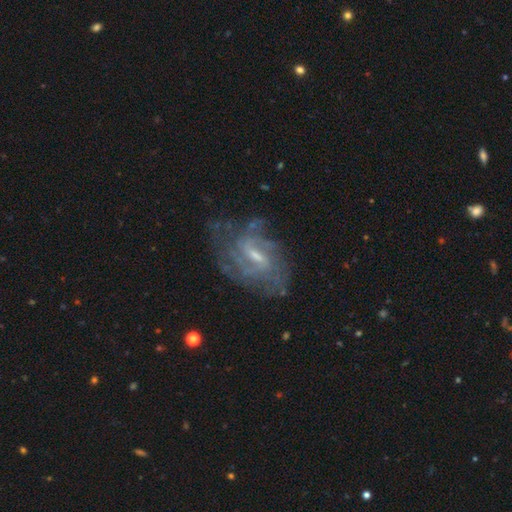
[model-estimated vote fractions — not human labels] A featured or disk galaxy (83%) with a weak bar (60%), tight (44%) spiral arms (90%) and a small central bulge (51%).

Vote fractions:
- Smooth or featured? featured or disk: 83% / smooth: 9% / star or artifact: 8%
- Edge-on disk? no: 96% / yes: 4%
- Bar? weak: 60% / strong: 22% / no: 18%
- Spiral arms? yes: 90% / no: 10%
- Spiral winding? tight: 44% / medium: 40% / loose: 15%
- Spiral arm count? can't tell: 40% / 2: 19% / 3: 17% / 4: 14% / more than 4: 5% / 1: 5%
- Bulge size? small: 51% / moderate: 37% / none: 9% / large: 2% / dominant: 1%
- Merging? none: 62% / minor disturbance: 21% / major disturbance: 15% / merger: 2%